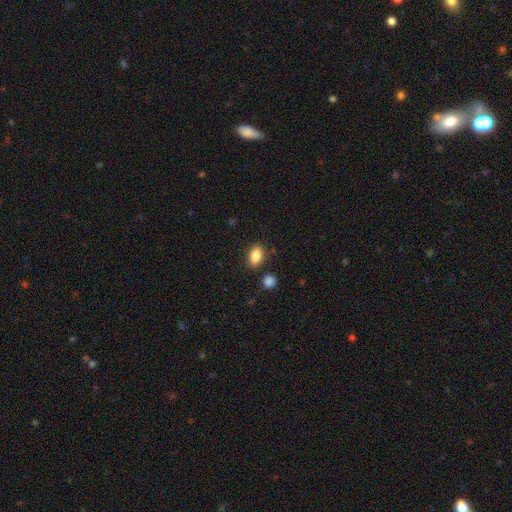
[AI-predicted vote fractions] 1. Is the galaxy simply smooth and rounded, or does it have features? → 86% smooth, 8% star or artifact, 6% featured or disk.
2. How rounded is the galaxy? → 87% in between, 11% round, 2% cigar-shaped.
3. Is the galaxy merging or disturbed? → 84% none, 10% minor disturbance, 4% merger, 3% major disturbance.